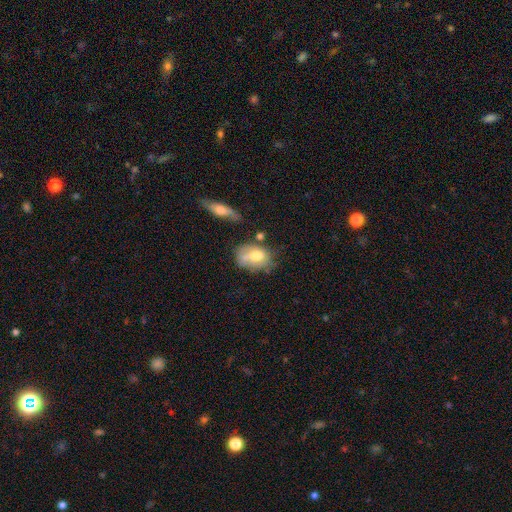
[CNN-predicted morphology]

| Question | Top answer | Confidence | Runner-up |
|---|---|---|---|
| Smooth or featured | smooth | 63% | featured or disk (29%) |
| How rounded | in between | 76% | round (22%) |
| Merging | none | 36% | minor disturbance (28%) |